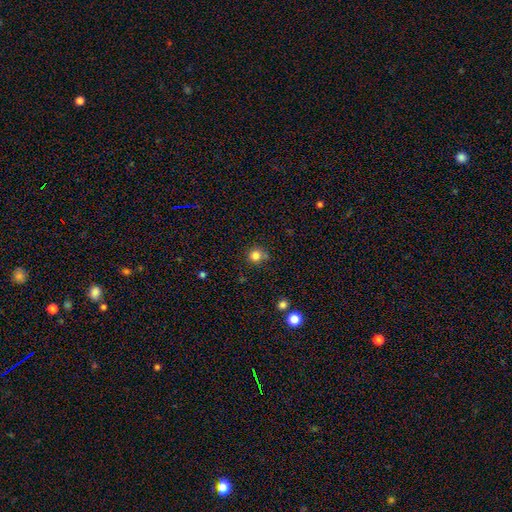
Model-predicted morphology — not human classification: Smooth or featured? smooth (83%)
How rounded? round (90%)
Merging? none (72%)